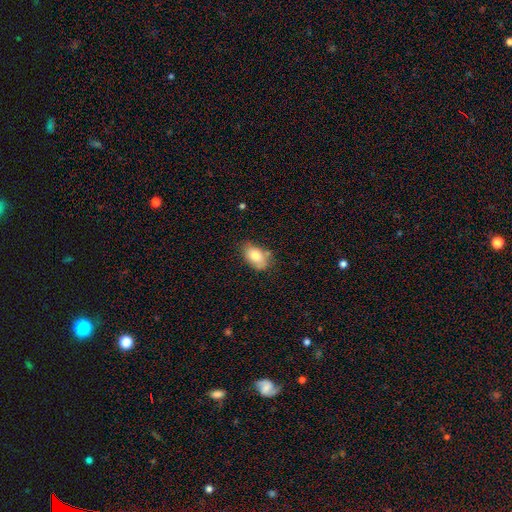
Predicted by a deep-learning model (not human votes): Morphology: type=smooth (77%); roundness=in between (89%); merging=none (66%).